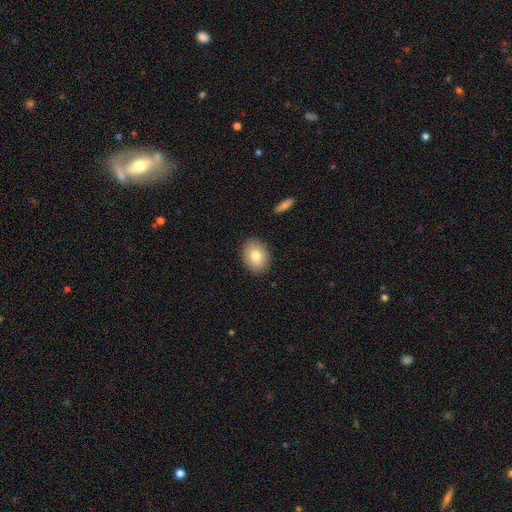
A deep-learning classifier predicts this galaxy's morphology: Overall: smooth (80%). How rounded: in between (67%; round 32%). Merging: none (88%).